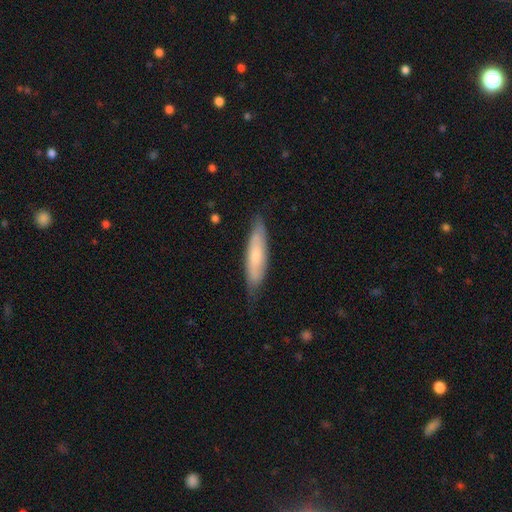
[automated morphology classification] Overall: smooth (62%; featured or disk 32%). How rounded: cigar-shaped (70%). Merging: none (75%).